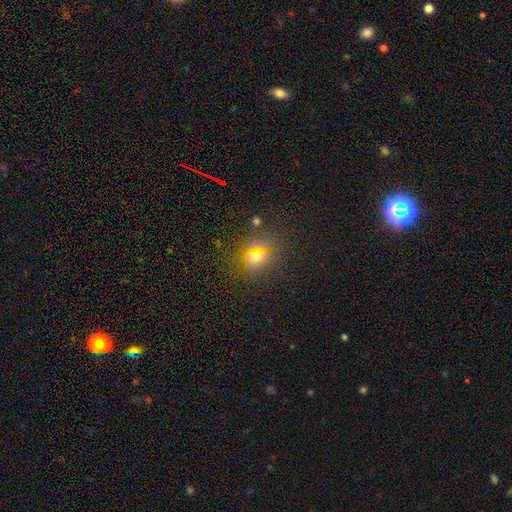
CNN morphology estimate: Smooth or featured: smooth — 55% (star or artifact — 33%)
How rounded: round — 60% (in between — 35%)
Merging: none — 78% (minor disturbance — 12%)